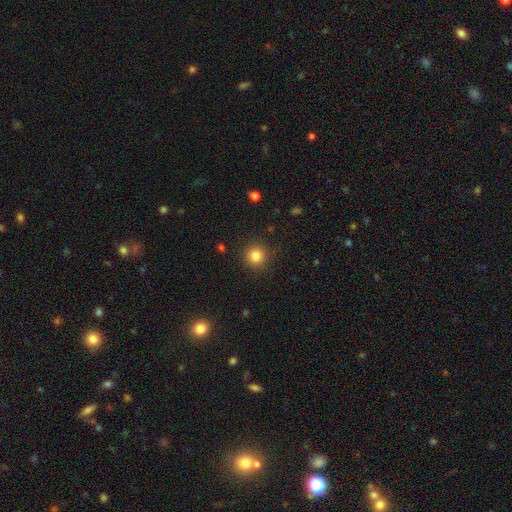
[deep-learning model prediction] Smooth or featured? Predicted: smooth (p=0.83). How rounded? Predicted: round (p=0.94). Merging? Predicted: none (p=0.89).